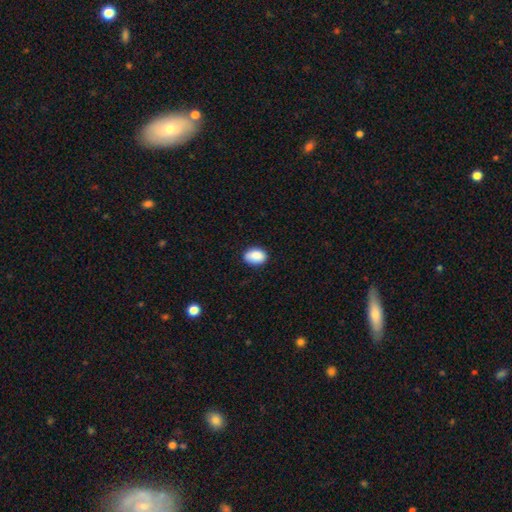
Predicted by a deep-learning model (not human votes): Smooth or featured? Predicted: smooth (p=0.89). How rounded? Predicted: in between (p=0.85). Merging? Predicted: none (p=0.84).